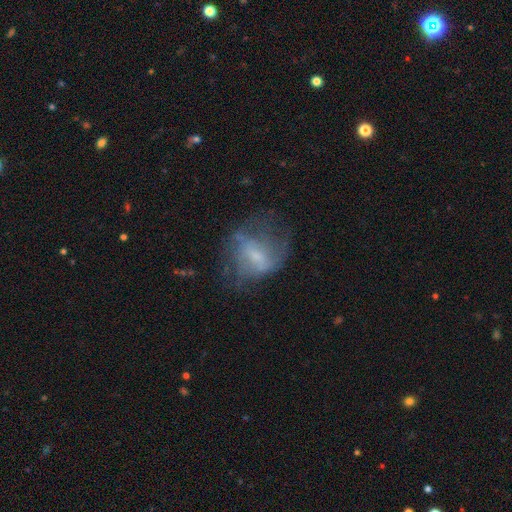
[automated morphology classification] This is possibly a featured or disk galaxy (53%). It is clearly not viewed edge-on (96%). Bar: marginally weak (44%). Spiral arm pattern: possibly no (56%). Central bulge: possibly small (46%). Merging: marginally none (44%).